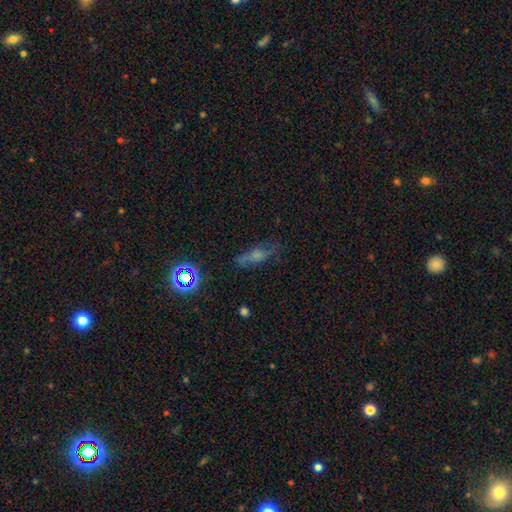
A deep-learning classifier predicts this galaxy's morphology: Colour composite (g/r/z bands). It shows a smooth galaxy with no disk features (45%). Merging: none (62%).